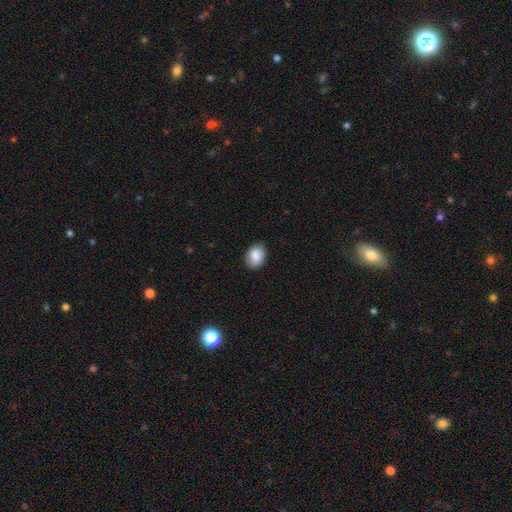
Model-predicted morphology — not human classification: type=smooth (83%); roundness=in between (74%); merging=none (81%).